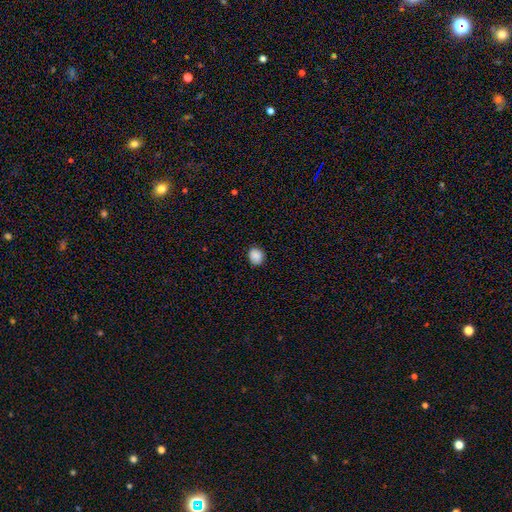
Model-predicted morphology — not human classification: Smooth or featured: smooth — 88% (star or artifact — 9%)
How rounded: round — 70% (in between — 30%)
Merging: none — 89% (minor disturbance — 8%)